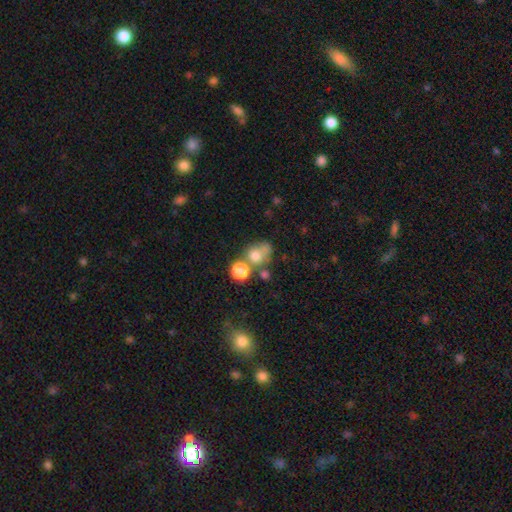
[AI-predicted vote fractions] smooth 69%, featured or disk 16%, star or artifact 15%. Down the decision tree: how rounded — round (64%); merging — merger (40%).